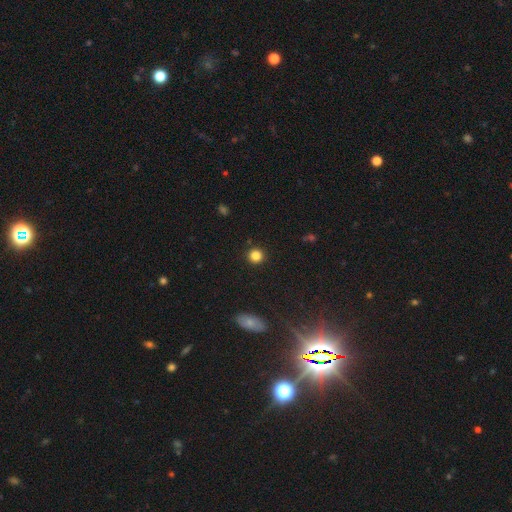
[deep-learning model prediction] The model was most divided on "smooth or featured": smooth: 84%, star or artifact: 12%, featured or disk: 4%. More confident: how rounded — round (94%); merging — none (92%).